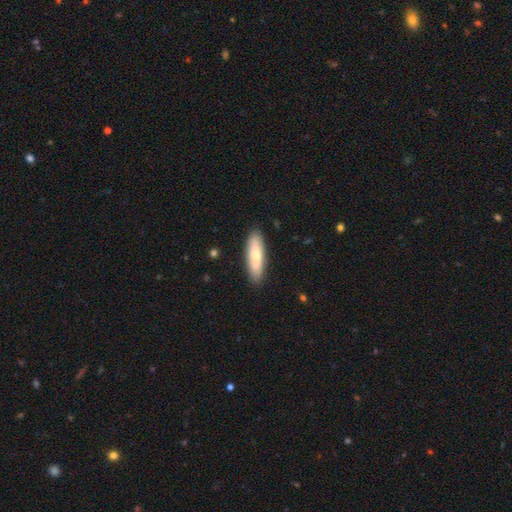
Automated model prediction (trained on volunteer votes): smooth_or_featured: smooth (p=0.66) [alt: featured or disk p=0.28]
how_rounded: cigar-shaped (p=0.55) [alt: in between p=0.43]
merging: none (p=0.87) [alt: minor disturbance p=0.09]